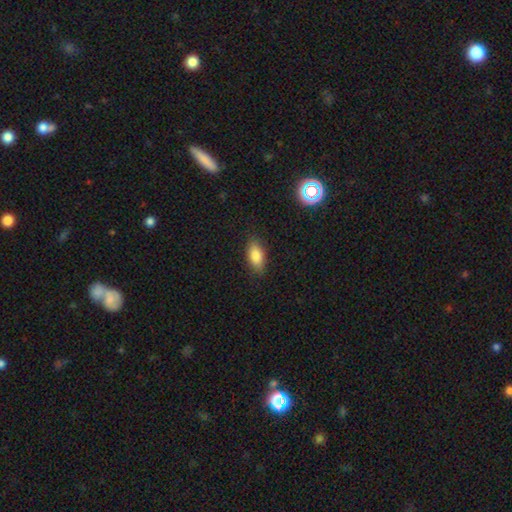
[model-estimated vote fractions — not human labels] smooth 83%, featured or disk 9%, star or artifact 8%. Down the decision tree: how rounded — in between (87%); merging — none (85%).